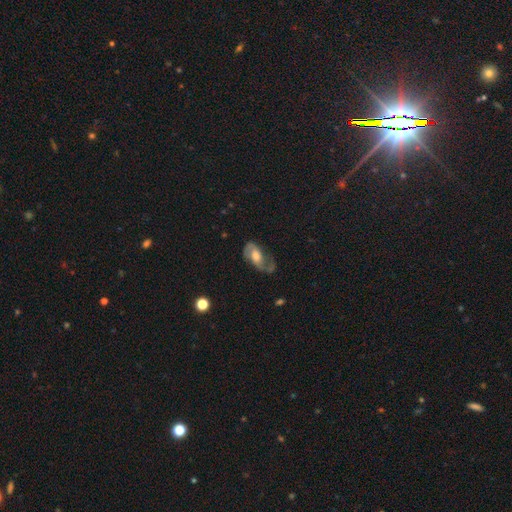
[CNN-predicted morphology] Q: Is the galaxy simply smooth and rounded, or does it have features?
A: featured or disk — 72%.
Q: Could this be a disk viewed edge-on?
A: no — 94%.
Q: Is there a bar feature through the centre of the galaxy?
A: no — 52%.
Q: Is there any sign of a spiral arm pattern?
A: yes — 87%.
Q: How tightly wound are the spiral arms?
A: medium — 45%.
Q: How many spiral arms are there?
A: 2 — 81%.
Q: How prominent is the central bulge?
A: moderate — 53%.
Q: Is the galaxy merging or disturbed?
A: none — 54%.